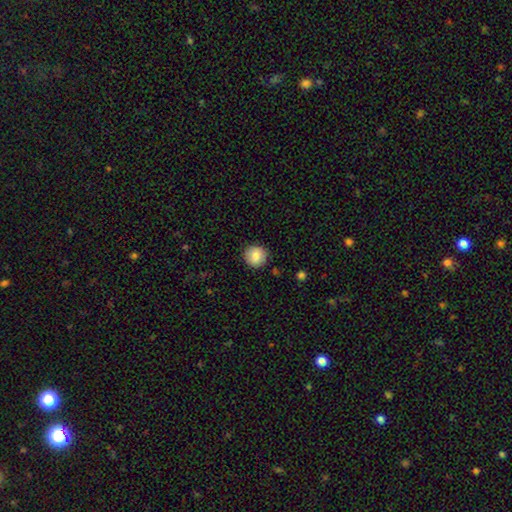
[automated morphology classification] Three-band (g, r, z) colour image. It shows a smooth galaxy with no disk features (85%) that is round (94%). Merging: none (89%).